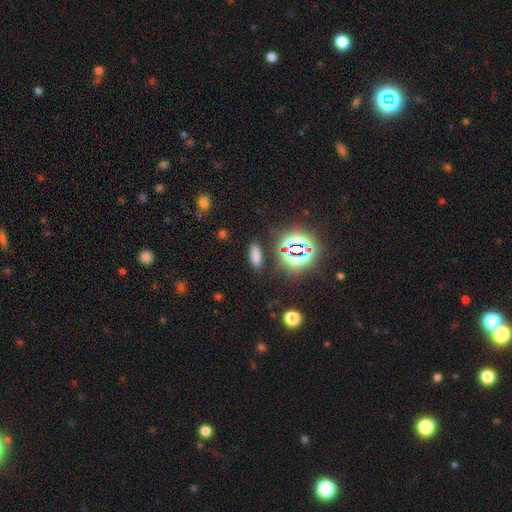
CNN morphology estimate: type=smooth (67%); roundness=in between (67%); merging=none (86%).